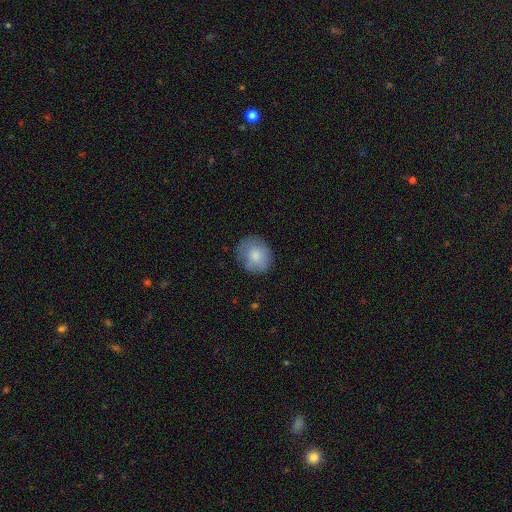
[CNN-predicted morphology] Smooth or featured: smooth — 79% (featured or disk — 14%)
How rounded: round — 74% (in between — 25%)
Merging: none — 73% (minor disturbance — 20%)